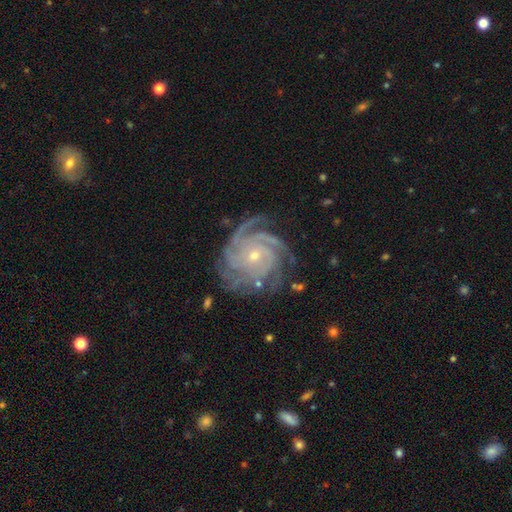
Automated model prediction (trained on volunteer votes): Q: Smooth or featured?
A: featured or disk (89%); runner-up: star or artifact (7%)
Q: Edge-on disk?
A: no (97%); runner-up: yes (3%)
Q: Bar?
A: no (75%); runner-up: weak (18%)
Q: Spiral arms?
A: yes (99%); runner-up: no (1%)
Q: Spiral winding?
A: tight (79%); runner-up: medium (18%)
Q: Spiral arm count?
A: 4 (33%); runner-up: 3 (20%)
Q: Bulge size?
A: small (73%); runner-up: moderate (24%)
Q: Merging?
A: none (80%); runner-up: minor disturbance (14%)